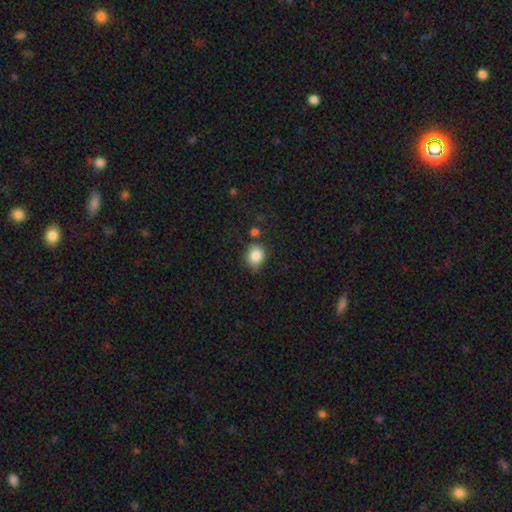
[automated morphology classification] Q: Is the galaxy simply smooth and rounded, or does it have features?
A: smooth — 85%.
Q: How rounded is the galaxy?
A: round — 60%.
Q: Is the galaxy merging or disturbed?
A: none — 69%.